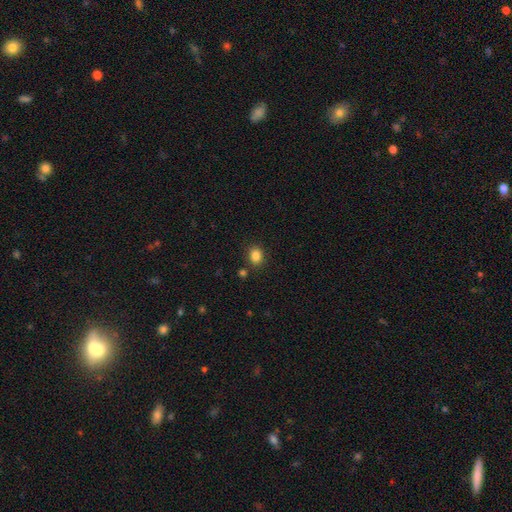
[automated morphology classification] Q: Smooth or featured?
A: smooth (85%); runner-up: star or artifact (11%)
Q: How rounded?
A: round (51%); runner-up: in between (48%)
Q: Merging?
A: none (84%); runner-up: minor disturbance (9%)